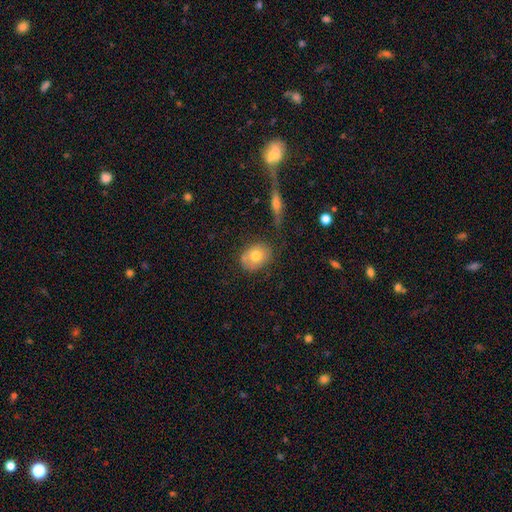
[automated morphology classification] Smooth or featured: smooth — 73% (featured or disk — 19%)
How rounded: in between — 60% (round — 39%)
Merging: none — 69% (minor disturbance — 20%)